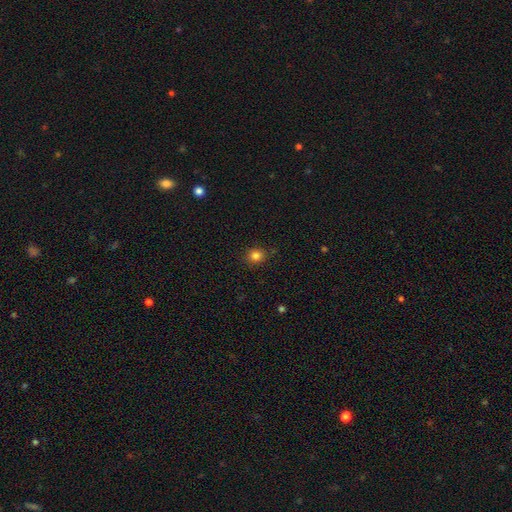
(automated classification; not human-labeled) Smooth or featured?
  - smooth: 83% *
  - star or artifact: 12%
  - featured or disk: 4%
How rounded?
  - round: 76% *
  - in between: 23%
  - cigar-shaped: 1%
Merging?
  - none: 86% *
  - minor disturbance: 10%
  - major disturbance: 3%
  - merger: 1%